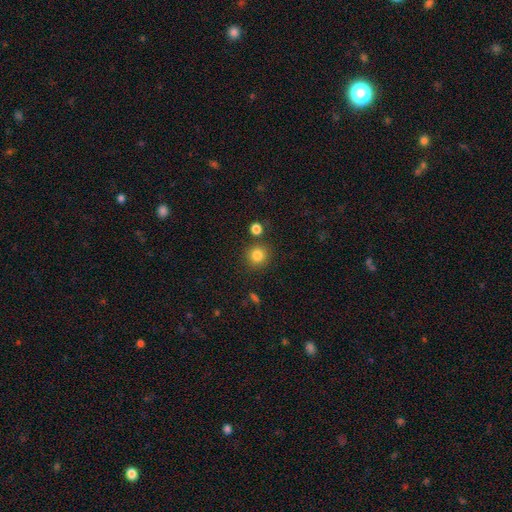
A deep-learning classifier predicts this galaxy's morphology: This appears to be a smooth galaxy with no disk features (84%) that is round (92%). Merging: none (83%).